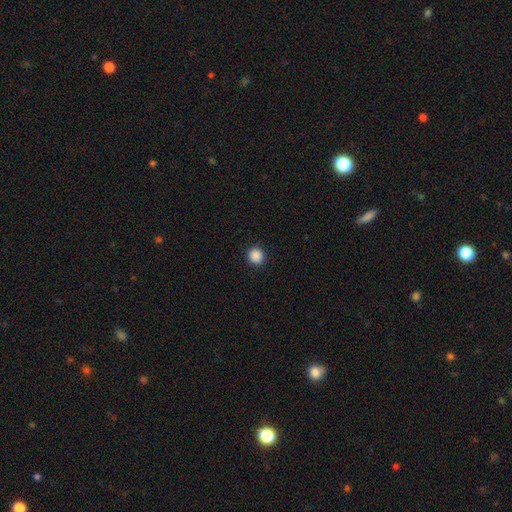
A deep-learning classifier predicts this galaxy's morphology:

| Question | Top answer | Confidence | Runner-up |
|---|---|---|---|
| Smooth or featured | smooth | 89% | star or artifact (9%) |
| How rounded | round | 93% | in between (6%) |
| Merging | none | 92% | minor disturbance (5%) |